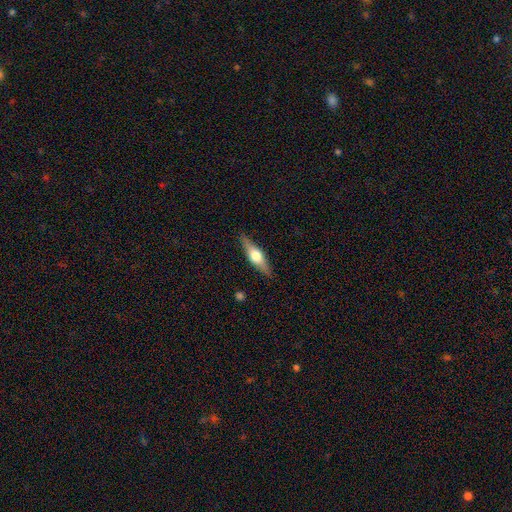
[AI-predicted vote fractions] The model was most divided on "smooth or featured": featured or disk: 57%, smooth: 38%, star or artifact: 6%. More confident: edge-on disk — yes (94%); edge-on bulge — rounded (94%); merging — none (88%).